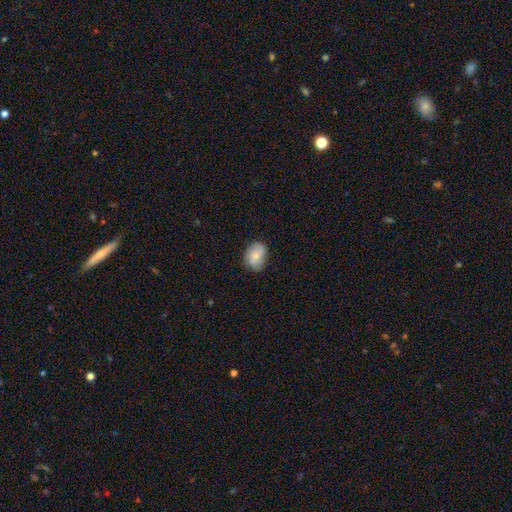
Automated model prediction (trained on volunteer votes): The model was most divided on "merging": none: 68%, minor disturbance: 25%, major disturbance: 5%, merger: 1%. More confident: how rounded — in between (72%); smooth or featured — smooth (70%).